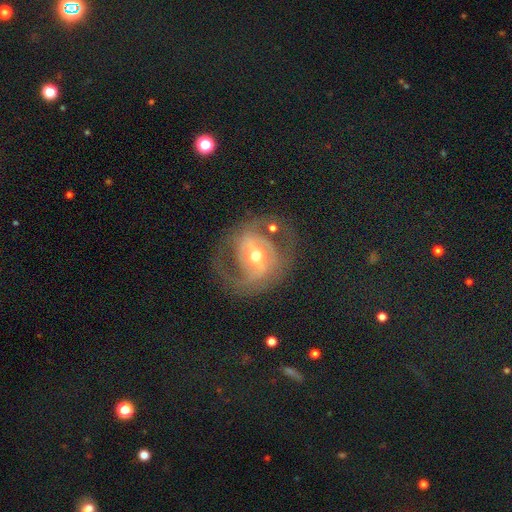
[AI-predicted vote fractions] This is clearly a featured or disk galaxy (83%). It is clearly not viewed edge-on (95%). Bar: possibly strong (52%). Spiral arm pattern: likely yes (80%). Spiral arm count: likely 2 (74%). Spiral winding: possibly medium (45%). Central bulge: likely moderate (74%). Merging: likely none (65%).